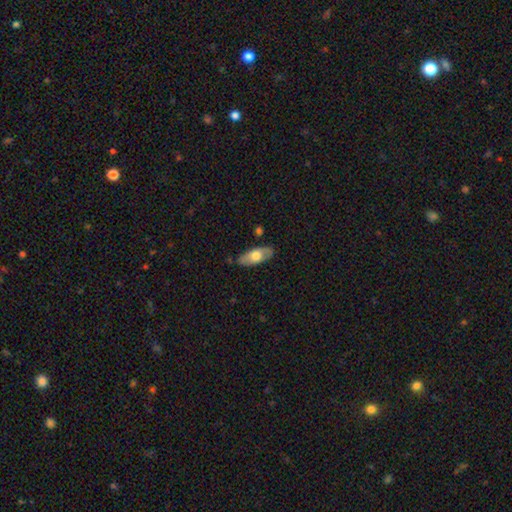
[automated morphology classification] type=smooth (58%); roundness=in between (84%); merging=none (83%).